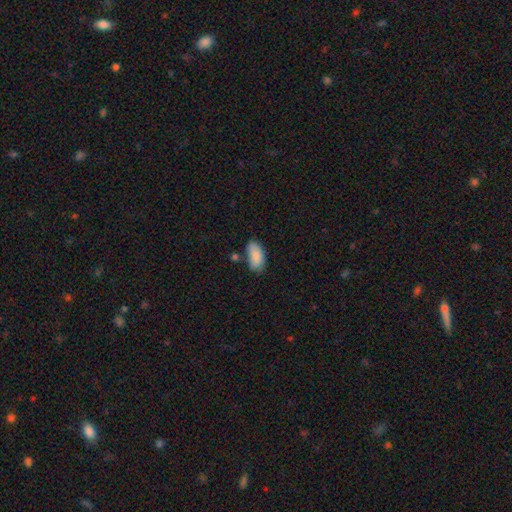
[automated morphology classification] smooth_or_featured: smooth (p=0.85) [alt: featured or disk p=0.08]
how_rounded: in between (p=0.94) [alt: cigar-shaped p=0.04]
merging: none (p=0.60) [alt: minor disturbance p=0.25]